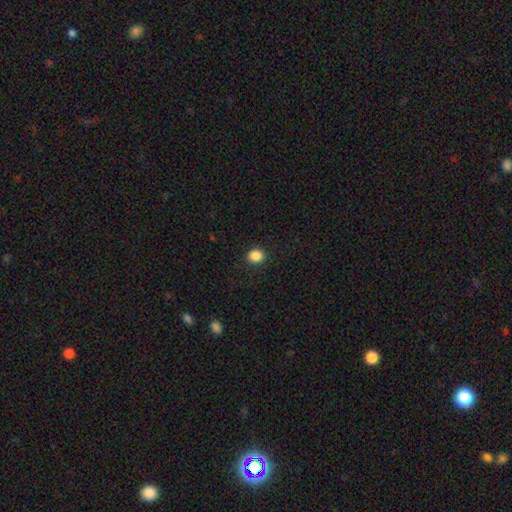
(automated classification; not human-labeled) This is clearly a smooth galaxy (87%). How rounded: likely round (78%). Merging: clearly none (91%).